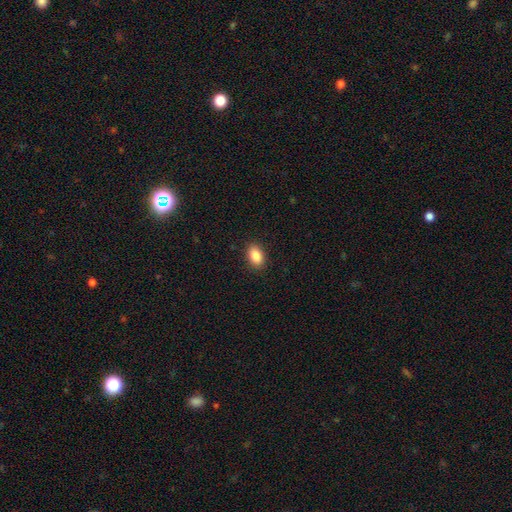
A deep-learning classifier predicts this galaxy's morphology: smooth 86%, star or artifact 8%, featured or disk 5%. Down the decision tree: how rounded — in between (87%); merging — none (90%).